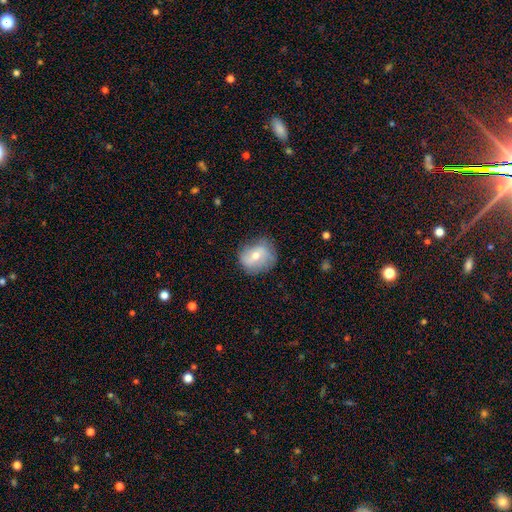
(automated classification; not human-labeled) A featured or disk galaxy (46%, tied with smooth).

Vote fractions:
- Smooth or featured? featured or disk: 46% (tied) / smooth: 46% (tied) / star or artifact: 9%
- Merging? none: 69% / minor disturbance: 23% / major disturbance: 7% / merger: 1%